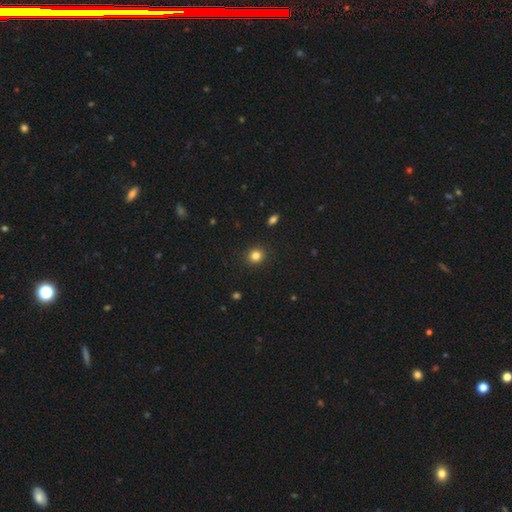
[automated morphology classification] smooth_or_featured: smooth (p=0.83) [alt: star or artifact p=0.12]
how_rounded: round (p=0.85) [alt: in between p=0.14]
merging: none (p=0.91) [alt: minor disturbance p=0.06]